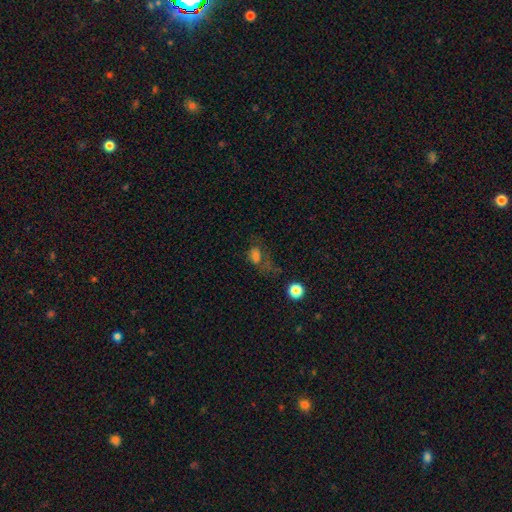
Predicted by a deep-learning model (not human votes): A smooth galaxy with no disk features (58%) that is in between round and cigar-shaped (71%).

Vote fractions:
- Smooth or featured? smooth: 58% / star or artifact: 27% / featured or disk: 15%
- How rounded? in between: 71% / round: 26% / cigar-shaped: 3%
- Merging? none: 39% / major disturbance: 33% / minor disturbance: 19% / merger: 9%